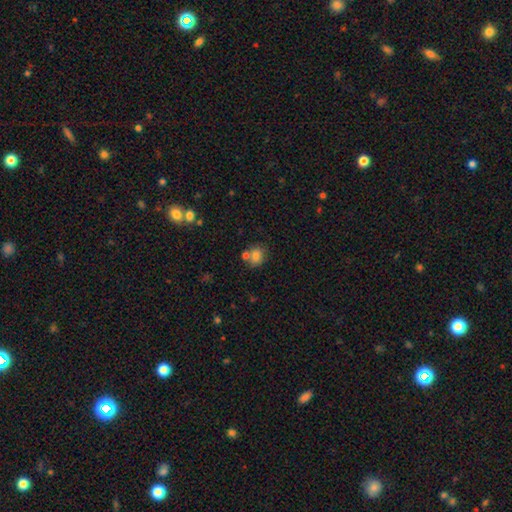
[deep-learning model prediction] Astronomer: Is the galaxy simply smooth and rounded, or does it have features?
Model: smooth — 77%.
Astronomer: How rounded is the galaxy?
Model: round — 66%.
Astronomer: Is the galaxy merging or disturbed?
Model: none — 62%.